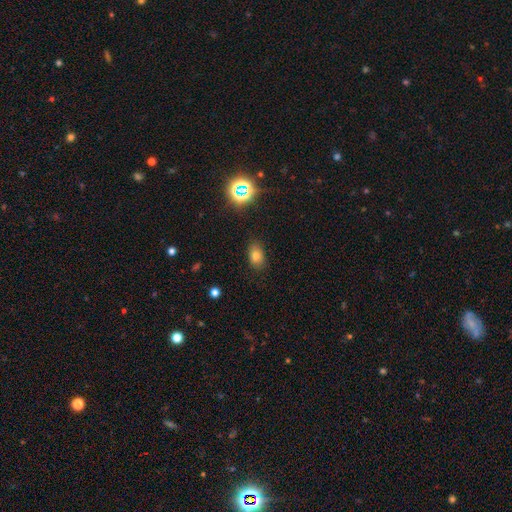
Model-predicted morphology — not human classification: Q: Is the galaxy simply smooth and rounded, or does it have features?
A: smooth — 74%.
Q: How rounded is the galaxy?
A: in between — 79%.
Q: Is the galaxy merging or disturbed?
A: none — 84%.